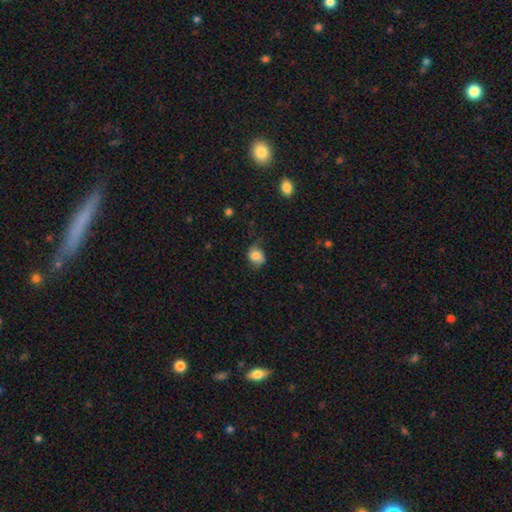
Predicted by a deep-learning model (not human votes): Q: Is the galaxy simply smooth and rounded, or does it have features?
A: smooth — 79%.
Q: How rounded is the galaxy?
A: round — 57%.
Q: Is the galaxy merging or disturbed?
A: none — 55%.